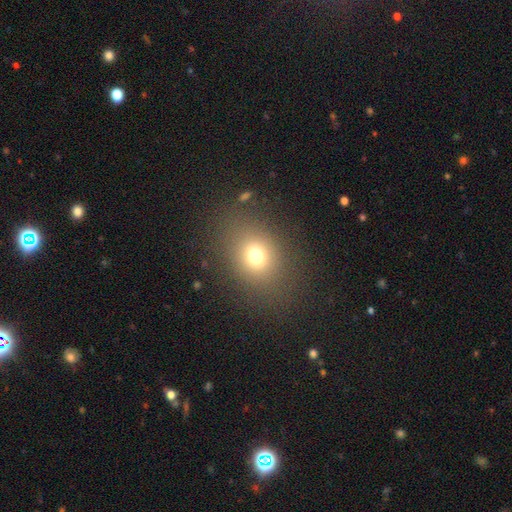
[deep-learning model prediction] Smooth or featured? Predicted: smooth (p=0.71). How rounded? Predicted: round (p=0.52). Merging? Predicted: none (p=0.81).